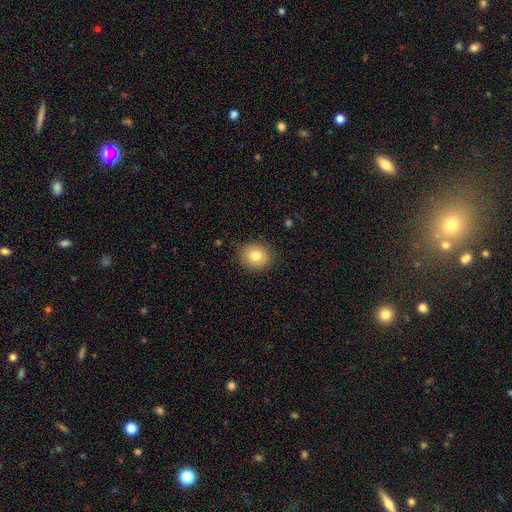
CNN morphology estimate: This is likely a smooth galaxy (80%). How rounded: likely round (78%). Merging: clearly none (85%).